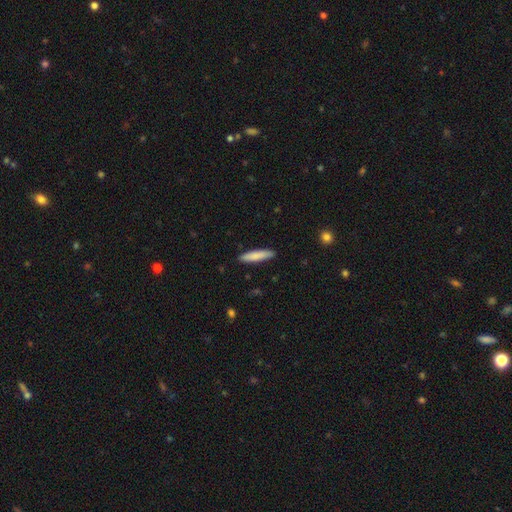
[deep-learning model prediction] The model was most divided on "smooth or featured": smooth: 82%, featured or disk: 12%, star or artifact: 6%. More confident: merging — none (89%); how rounded — cigar-shaped (86%).